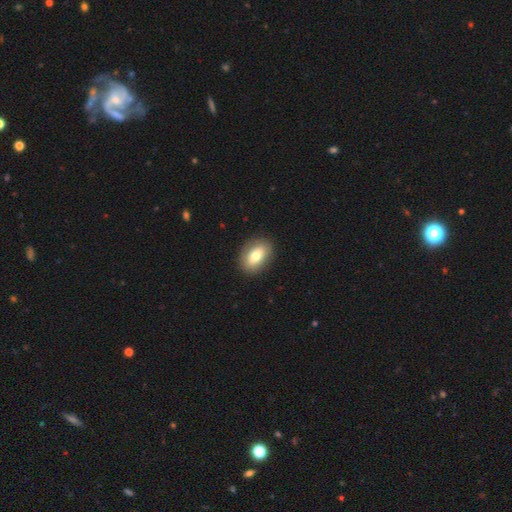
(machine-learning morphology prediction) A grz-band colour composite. It shows a smooth galaxy with no disk features (73%) that is in between round and cigar-shaped (84%). Merging: none (88%).